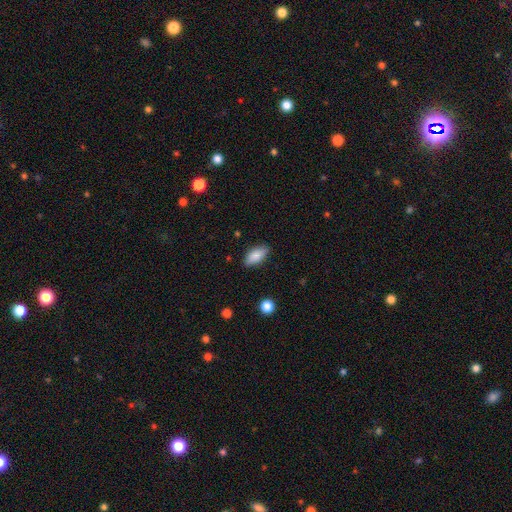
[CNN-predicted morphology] smooth-or-featured: smooth: 85% | featured or disk: 9% | star or artifact: 7%
  how-rounded: in between: 85% | cigar-shaped: 12% | round: 3%
  merging: none: 85% | minor disturbance: 11% | major disturbance: 2% | merger: 1%